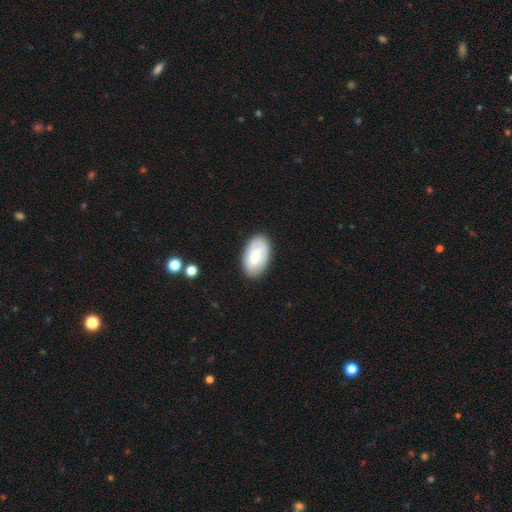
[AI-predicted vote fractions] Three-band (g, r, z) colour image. It shows a smooth galaxy with no disk features (64%) that is in between round and cigar-shaped (94%). Merging: none (85%).